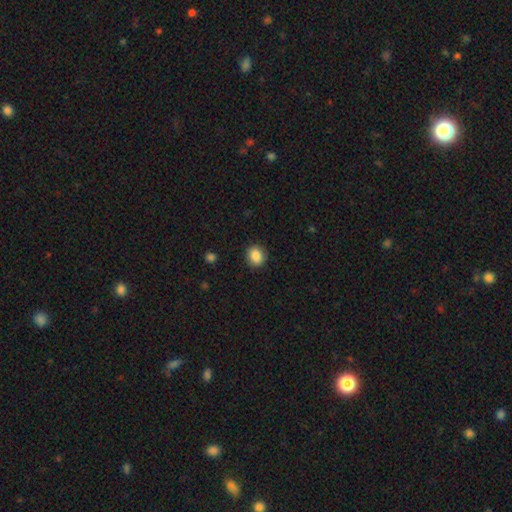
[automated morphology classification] type=smooth (87%); roundness=round (67%); merging=none (89%).